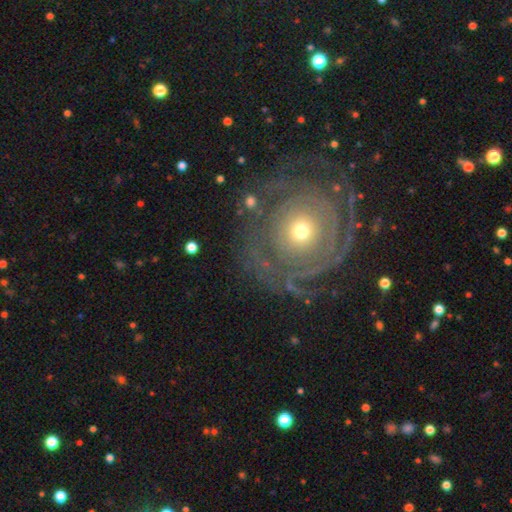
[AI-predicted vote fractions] A featured or disk galaxy (74%) with no bar (86%), tight (80%) spiral arms (82%) and a small central bulge (47%). Merging: none (77%).